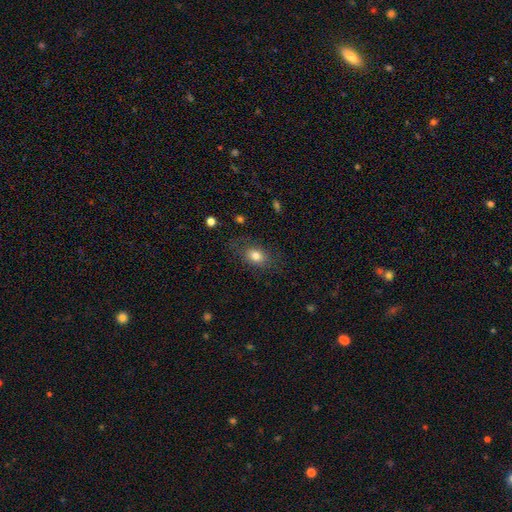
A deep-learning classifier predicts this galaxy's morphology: smooth 79%, featured or disk 11%, star or artifact 10%. Down the decision tree: how rounded — in between (72%); merging — none (74%).